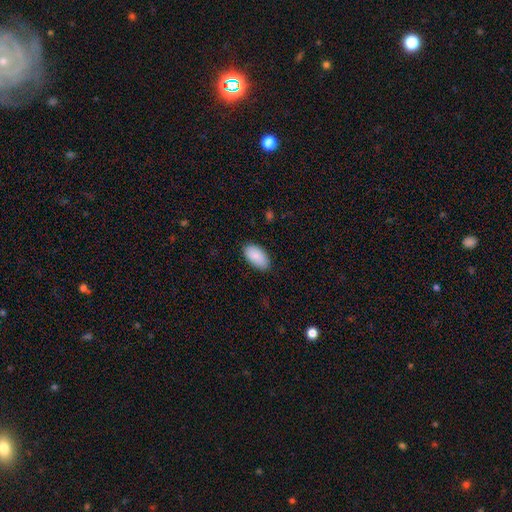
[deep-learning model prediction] Smooth or featured? Predicted: smooth (p=0.90). How rounded? Predicted: in between (p=0.95). Merging? Predicted: none (p=0.85).